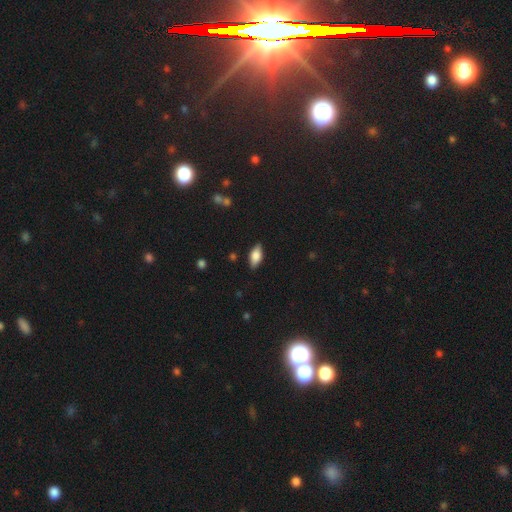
Overall: smooth (59%; featured or disk 38%). How rounded: in between (73%). Merging: none (89%).